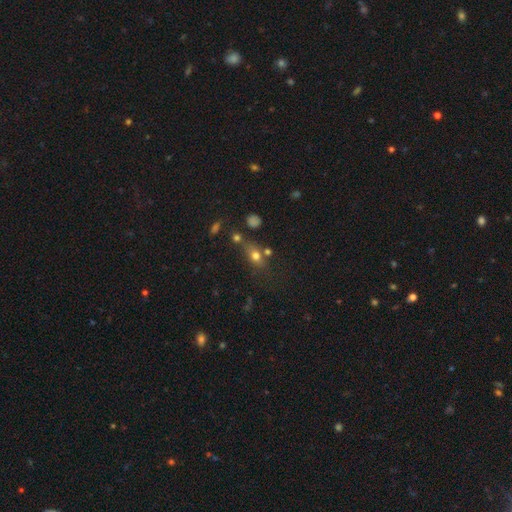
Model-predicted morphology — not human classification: Overall: smooth (72%). How rounded: in between (60%; round 34%). Merging: none (55%; minor disturbance 18%).